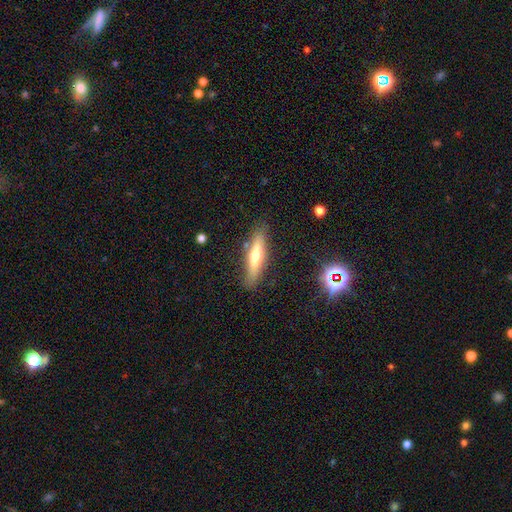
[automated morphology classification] smooth-or-featured: smooth: 47% | featured or disk: 44% | star or artifact: 9%
  merging: none: 85% | minor disturbance: 11% | major disturbance: 2% | merger: 2%